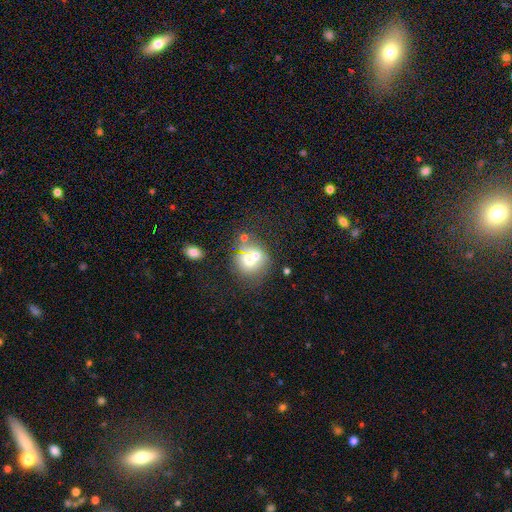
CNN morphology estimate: A smooth galaxy with no disk features (61%) that is round (81%). Merging: none (43%).